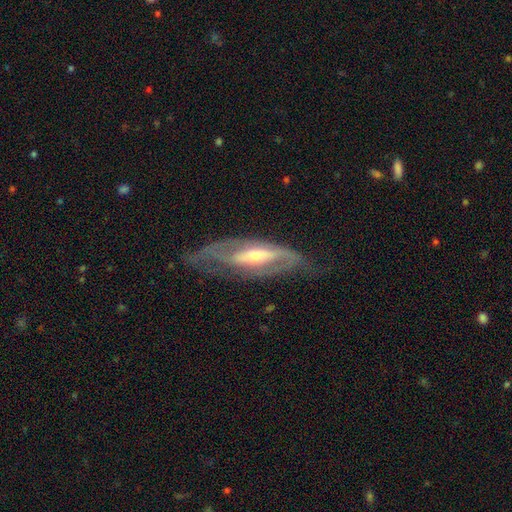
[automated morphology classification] smooth-or-featured: featured or disk: 83% | smooth: 12% | star or artifact: 5%
  disk-edge-on: no: 82% | yes: 18%
    bar: strong: 43% | weak: 31% | no: 26%
    has-spiral-arms: yes: 87% | no: 13%
      spiral-winding: medium: 45% | tight: 31% | loose: 24%
      spiral-arm-count: 2: 77% | can't tell: 13% | 1: 5% | 3: 2% | 4: 1% | more than 4: 1%
    bulge-size: moderate: 52% | small: 41% | large: 5% | none: 1% | dominant: 1%
  merging: none: 61% | minor disturbance: 21% | major disturbance: 17% | merger: 2%